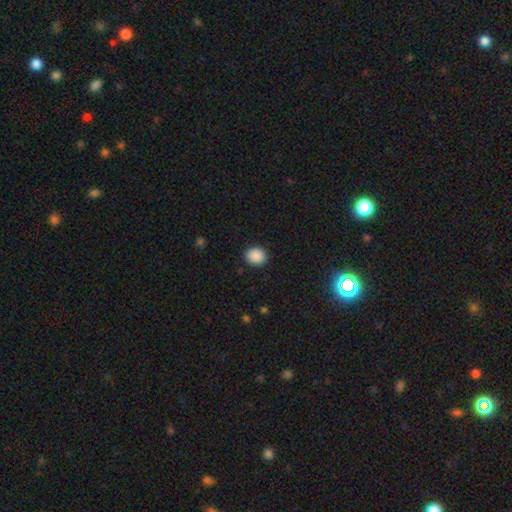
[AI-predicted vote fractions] Smooth or featured? smooth (89%)
How rounded? round (73%)
Merging? none (90%)